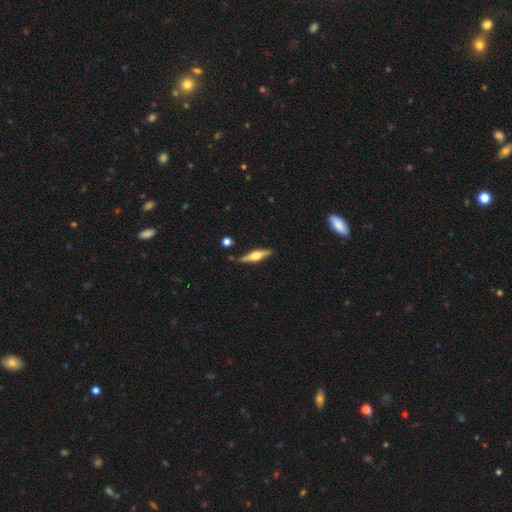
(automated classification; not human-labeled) The model was most divided on "smooth or featured": featured or disk: 69%, smooth: 25%, star or artifact: 5%. More confident: edge-on disk — yes (97%); edge-on bulge — rounded (91%); merging — none (85%).